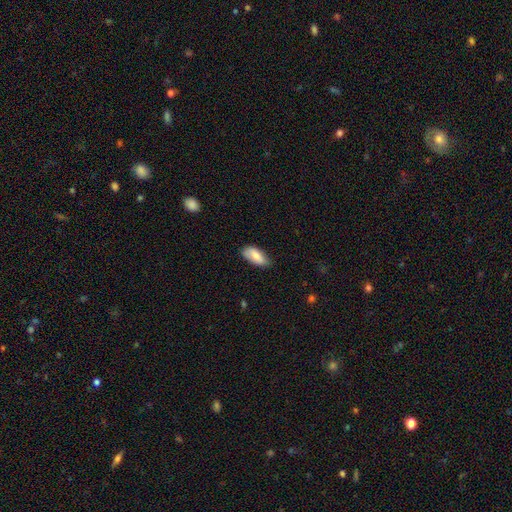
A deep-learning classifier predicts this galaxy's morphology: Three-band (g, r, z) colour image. It shows a smooth galaxy with no disk features (79%) that is in between round and cigar-shaped (90%). Merging: none (70%).